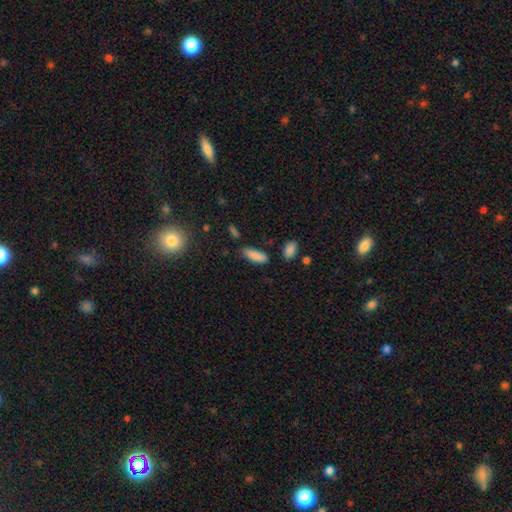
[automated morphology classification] Smooth or featured? smooth (87%)
How rounded? in between (56%)
Merging? none (80%)